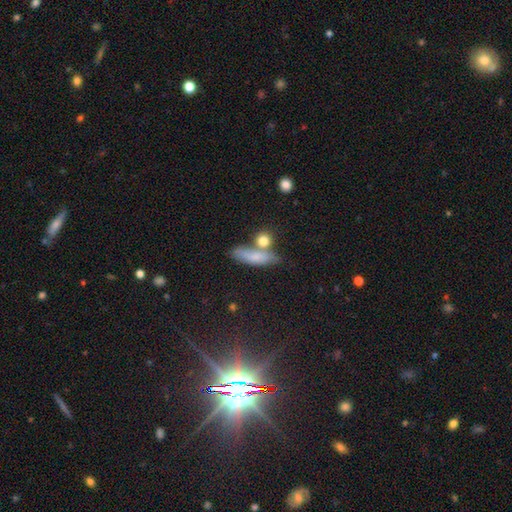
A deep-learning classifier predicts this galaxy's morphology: smooth 70%, featured or disk 19%, star or artifact 11%. Down the decision tree: how rounded — cigar-shaped (48%); merging — none (56%).